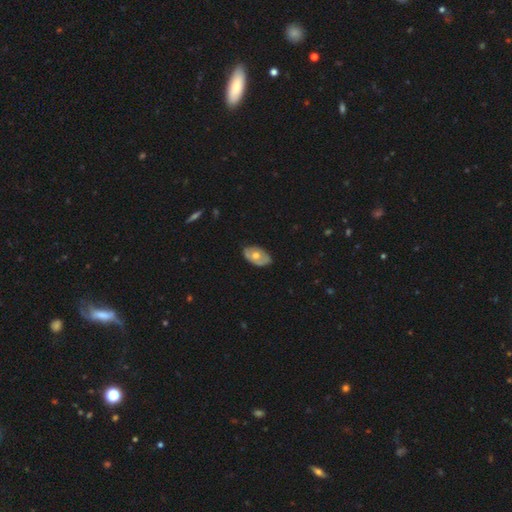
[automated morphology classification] Smooth or featured? Predicted: smooth (p=0.47, tied with featured or disk). Merging? Predicted: none (p=0.73).